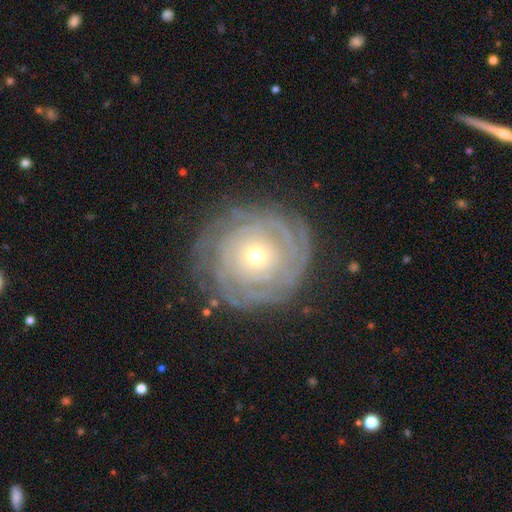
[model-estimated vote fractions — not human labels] featured or disk 82%, smooth 11%, star or artifact 7%. Down the decision tree: edge-on disk — no (97%); bar — no (83%); spiral arms — yes (94%); spiral arm count — can't tell (35%); spiral winding — tight (86%); bulge size — small (59%); merging — none (81%).